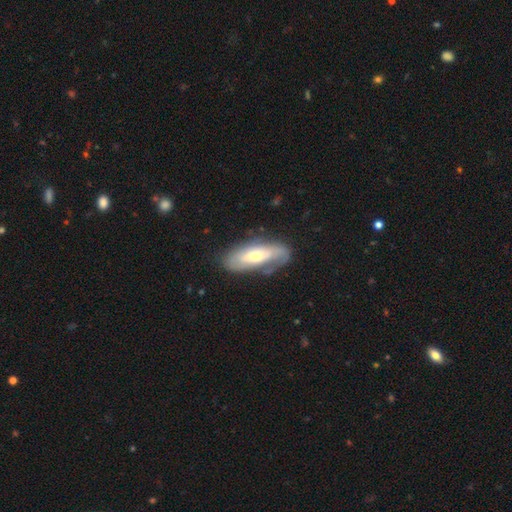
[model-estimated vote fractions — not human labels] A featured or disk galaxy (56%). Merging: none (65%).